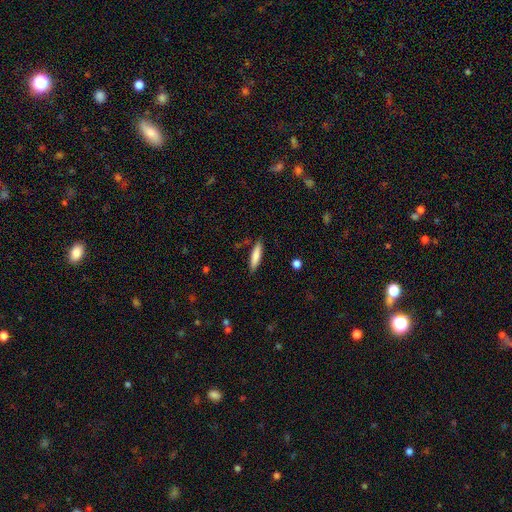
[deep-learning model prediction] This appears to be a smooth galaxy with no disk features (80%) that is cigar-shaped (78%). Merging: none (85%).